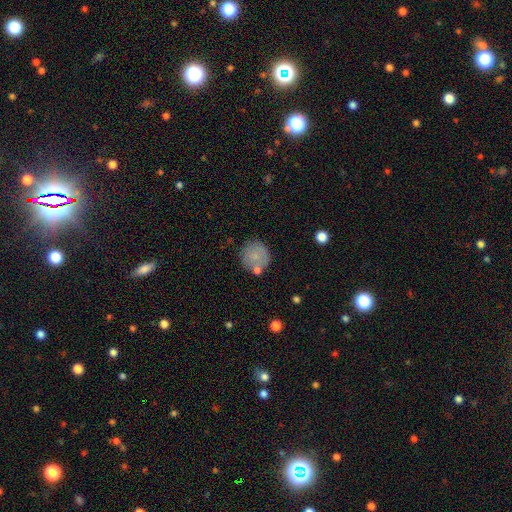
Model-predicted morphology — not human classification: Q: Smooth or featured?
A: smooth (76%); runner-up: featured or disk (15%)
Q: How rounded?
A: round (91%); runner-up: in between (8%)
Q: Merging?
A: none (70%); runner-up: minor disturbance (15%)